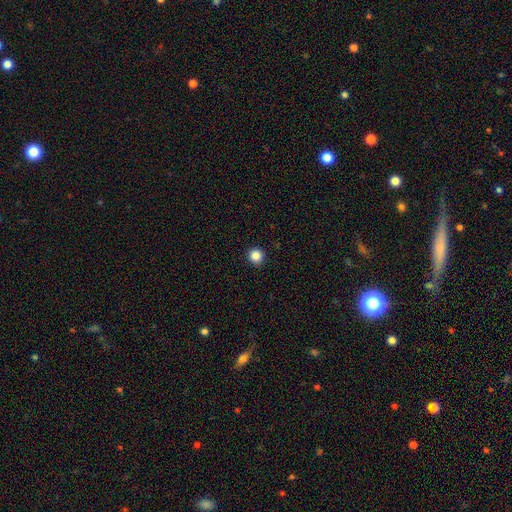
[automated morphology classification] type=smooth (86%); roundness=round (95%); merging=none (93%).